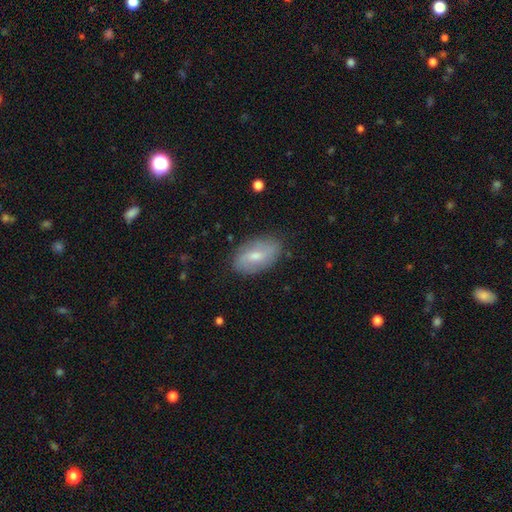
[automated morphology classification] This is possibly a smooth galaxy (57%). How rounded: clearly in between (92%). Merging: likely none (79%).